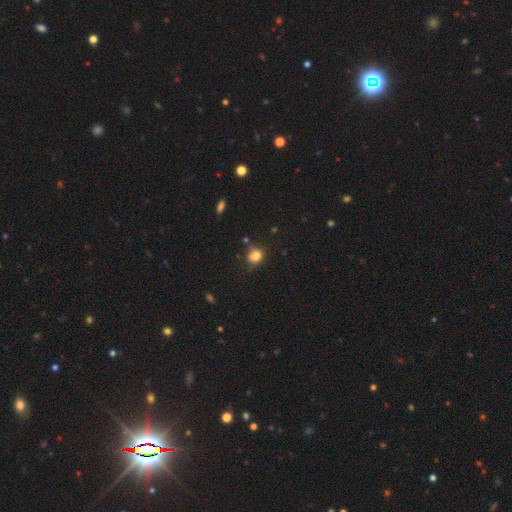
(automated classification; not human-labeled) This appears to be a smooth galaxy with no disk features (80%) that is round (81%). Merging: none (65%).